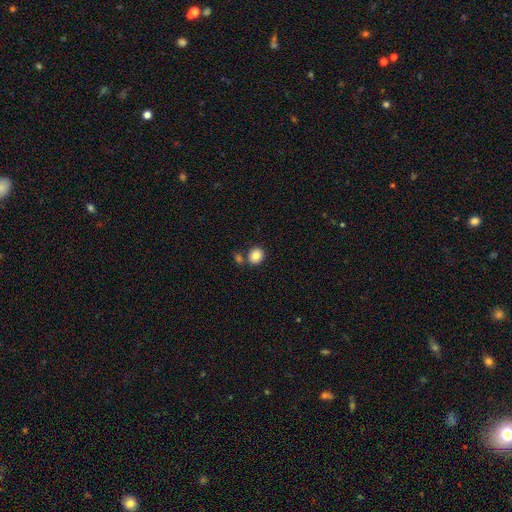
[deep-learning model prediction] This is clearly a smooth galaxy (84%). How rounded: likely round (74%). Merging: likely none (71%).